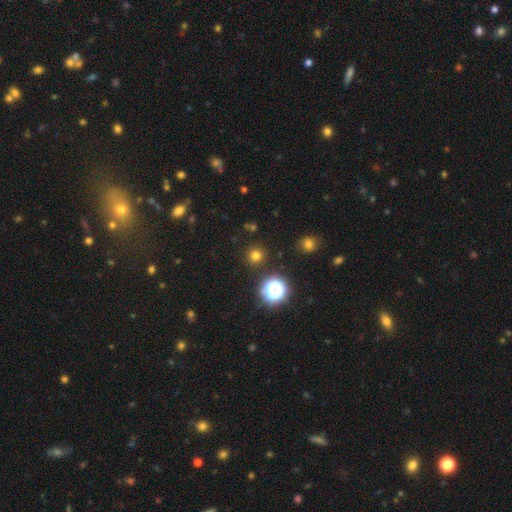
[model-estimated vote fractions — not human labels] The model was most divided on "smooth or featured": smooth: 72%, star or artifact: 23%, featured or disk: 5%. More confident: how rounded — round (95%); merging — none (91%).